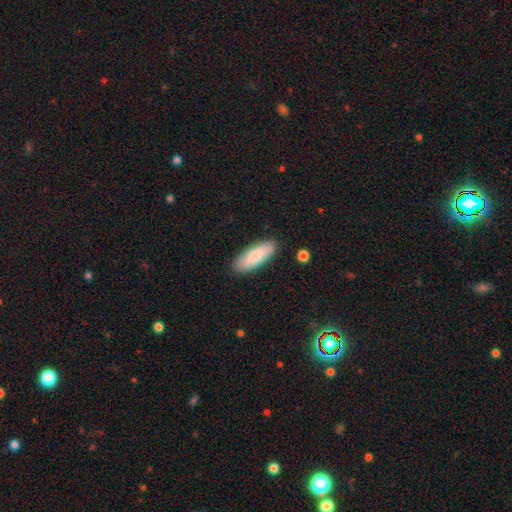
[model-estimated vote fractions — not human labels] A smooth galaxy with no disk features (85%) that is in between round and cigar-shaped (65%).

Vote fractions:
- Smooth or featured? smooth: 85% / featured or disk: 10% / star or artifact: 5%
- How rounded? in between: 65% / cigar-shaped: 33% / round: 2%
- Merging? none: 86% / minor disturbance: 10% / major disturbance: 2% / merger: 2%